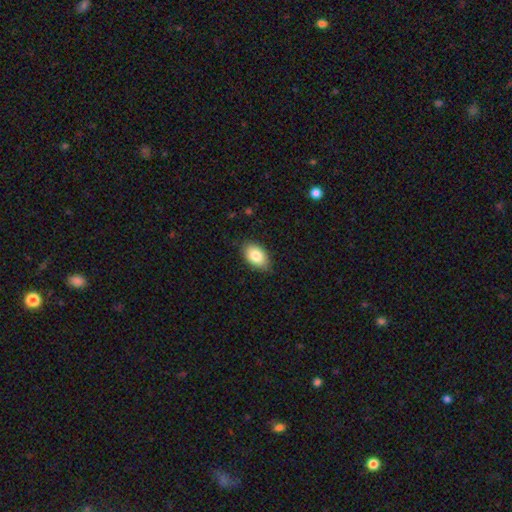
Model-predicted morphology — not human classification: A smooth galaxy with no disk features (84%) that is in between round and cigar-shaped (91%).

Vote fractions:
- Smooth or featured? smooth: 84% / featured or disk: 9% / star or artifact: 7%
- How rounded? in between: 91% / round: 8% / cigar-shaped: 1%
- Merging? none: 81% / minor disturbance: 16% / major disturbance: 2% / merger: 1%